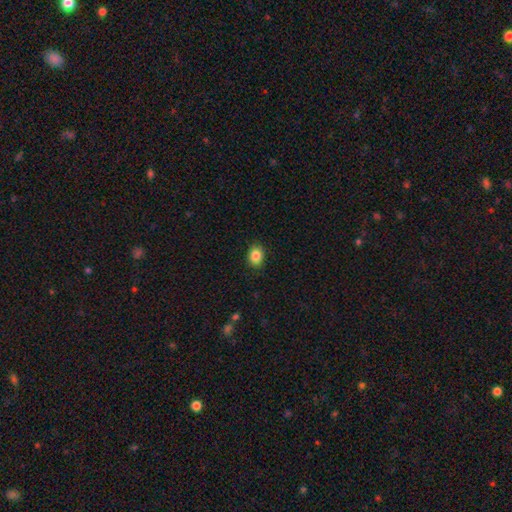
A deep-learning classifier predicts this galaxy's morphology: Smooth or featured?
  - smooth: 86% *
  - star or artifact: 9%
  - featured or disk: 5%
How rounded?
  - in between: 60% *
  - round: 39%
  - cigar-shaped: 1%
Merging?
  - none: 88% *
  - minor disturbance: 9%
  - major disturbance: 2%
  - merger: 1%